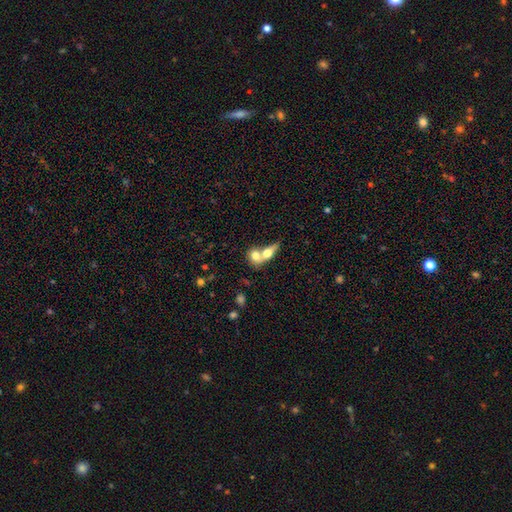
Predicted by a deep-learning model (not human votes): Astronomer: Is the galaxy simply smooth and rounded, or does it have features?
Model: smooth — 69%.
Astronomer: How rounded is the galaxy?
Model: round — 46% (runner-up: in between, 45%).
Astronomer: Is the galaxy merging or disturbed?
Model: merger — 71%.